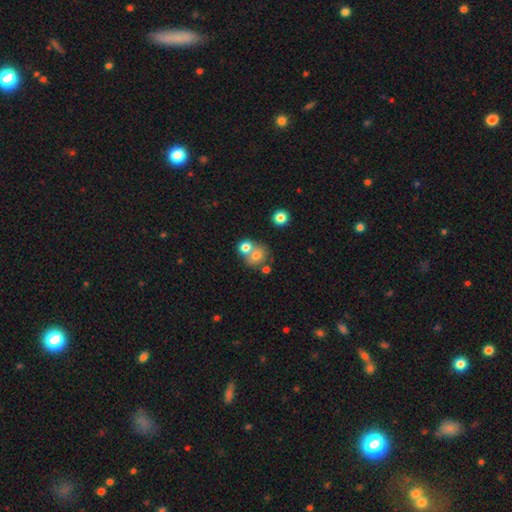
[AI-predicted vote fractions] This appears to be a smooth galaxy with no disk features (72%) that is round (75%). Merging: merger (47%).